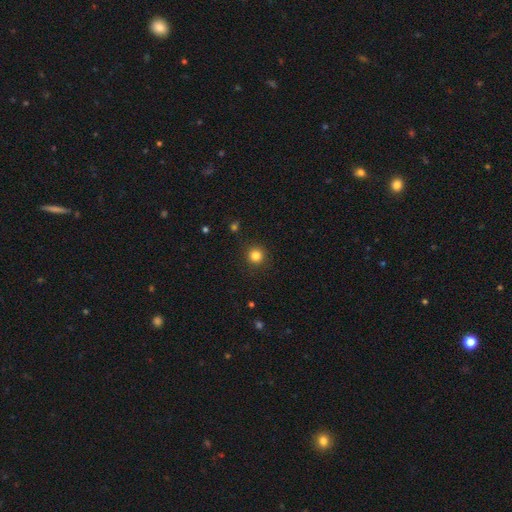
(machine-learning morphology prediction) Smooth or featured: smooth — 83% (star or artifact — 13%)
How rounded: round — 95% (in between — 4%)
Merging: none — 91% (minor disturbance — 6%)